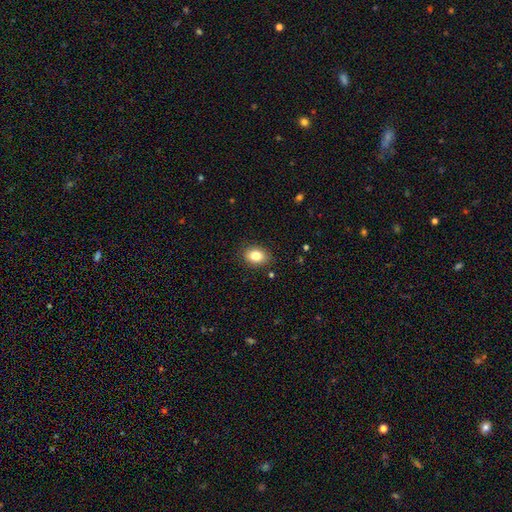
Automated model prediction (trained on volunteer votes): Q: Smooth or featured?
A: smooth (83%); runner-up: star or artifact (9%)
Q: How rounded?
A: in between (73%); runner-up: round (26%)
Q: Merging?
A: none (86%); runner-up: minor disturbance (11%)